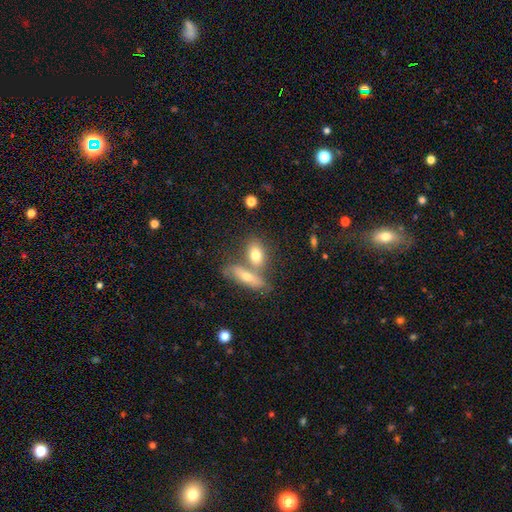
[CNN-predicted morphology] smooth_or_featured: smooth (p=0.73) [alt: featured or disk p=0.20]
how_rounded: in between (p=0.76) [alt: cigar-shaped p=0.12]
merging: merger (p=0.45) [alt: none p=0.42]